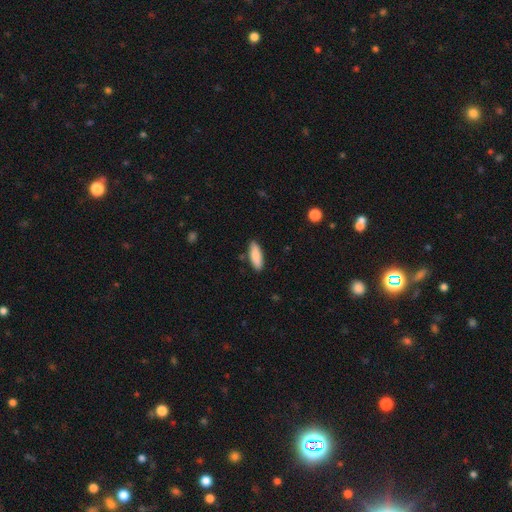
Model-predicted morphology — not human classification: This is clearly a smooth galaxy (87%). How rounded: possibly in between (58%). Merging: clearly none (85%).